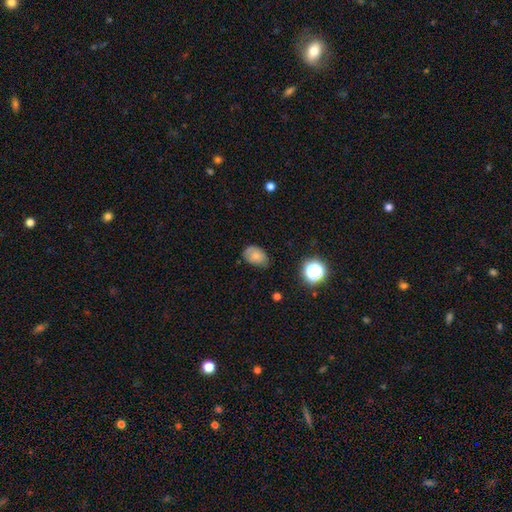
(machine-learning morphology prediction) Overall: smooth (72%). How rounded: in between (75%). Merging: none (61%; minor disturbance 30%).